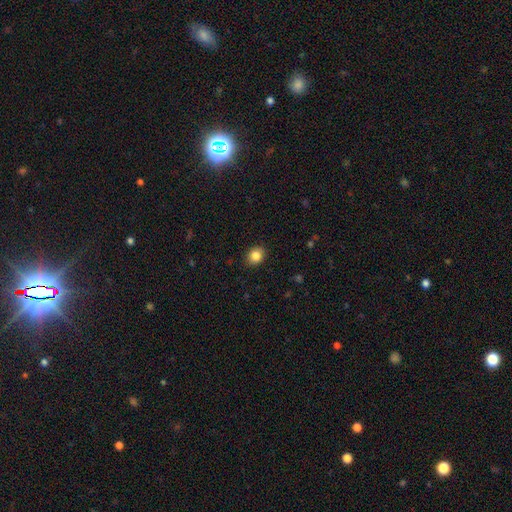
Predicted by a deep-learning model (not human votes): A smooth galaxy with no disk features (85%) that is round (59%). Merging: none (90%).